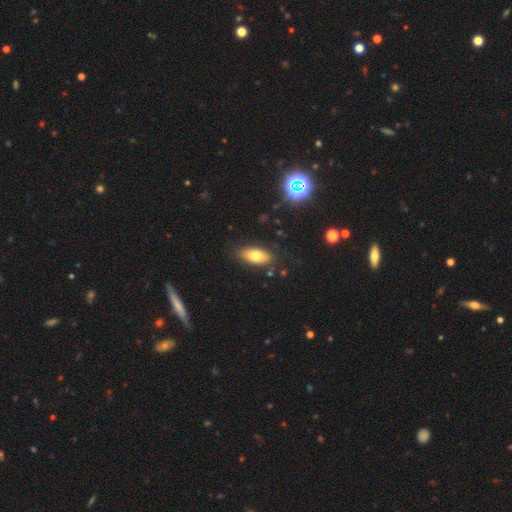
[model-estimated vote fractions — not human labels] smooth_or_featured: smooth (p=0.72) [alt: featured or disk p=0.19]
how_rounded: in between (p=0.87) [alt: cigar-shaped p=0.09]
merging: none (p=0.81) [alt: minor disturbance p=0.13]